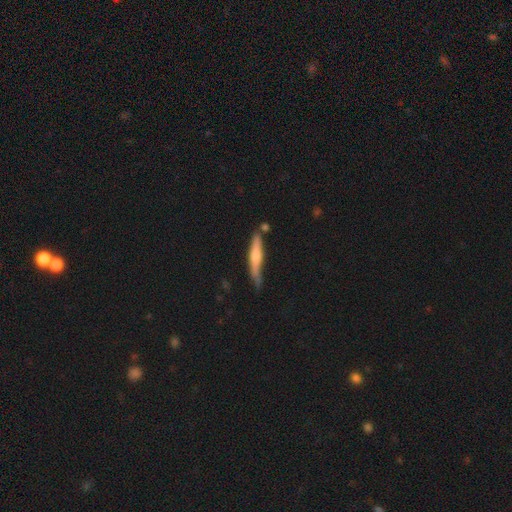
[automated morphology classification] Smooth or featured? Predicted: smooth (p=0.51). How rounded? Predicted: cigar-shaped (p=0.91). Merging? Predicted: none (p=0.58).